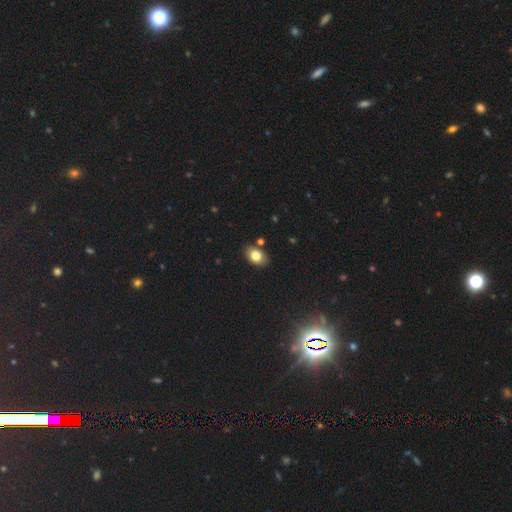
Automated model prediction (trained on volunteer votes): Smooth or featured? Predicted: smooth (p=0.80). How rounded? Predicted: in between (p=0.85). Merging? Predicted: none (p=0.83).